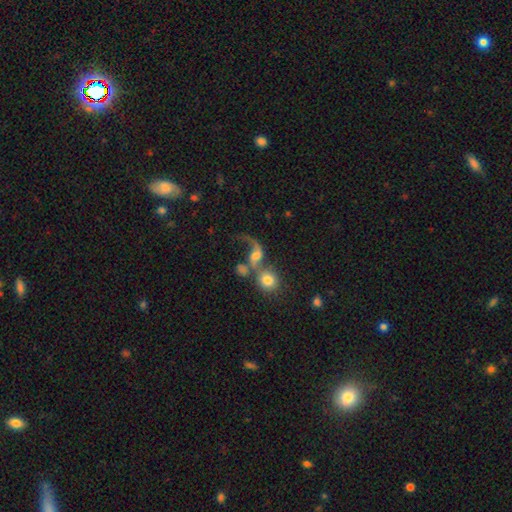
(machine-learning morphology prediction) Smooth or featured?
  - featured or disk: 56% *
  - smooth: 32%
  - star or artifact: 12%
Edge-on disk?
  - no: 95% *
  - yes: 5%
Bar?
  - no: 56% *
  - weak: 32%
  - strong: 12%
Spiral arms?
  - yes: 78% *
  - no: 22%
Bulge size?
  - moderate: 49% *
  - small: 19%
  - large: 19%
  - none: 9%
  - dominant: 4%
Merging?
  - merger: 53% *
  - none: 20%
  - major disturbance: 19%
  - minor disturbance: 8%